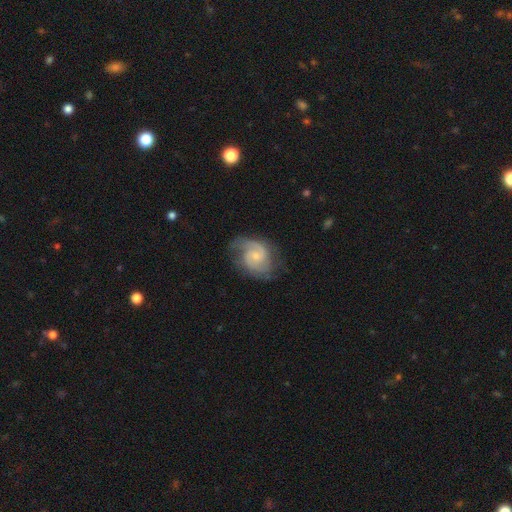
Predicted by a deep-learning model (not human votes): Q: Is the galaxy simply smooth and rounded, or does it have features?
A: featured or disk — 83%.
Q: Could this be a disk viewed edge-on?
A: no — 98%.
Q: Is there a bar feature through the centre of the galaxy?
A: no — 59%.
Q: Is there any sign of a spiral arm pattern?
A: yes — 96%.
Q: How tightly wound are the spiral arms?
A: medium — 50%.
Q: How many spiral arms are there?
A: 2 — 78%.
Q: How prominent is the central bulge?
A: small — 62%.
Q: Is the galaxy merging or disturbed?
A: none — 65%.